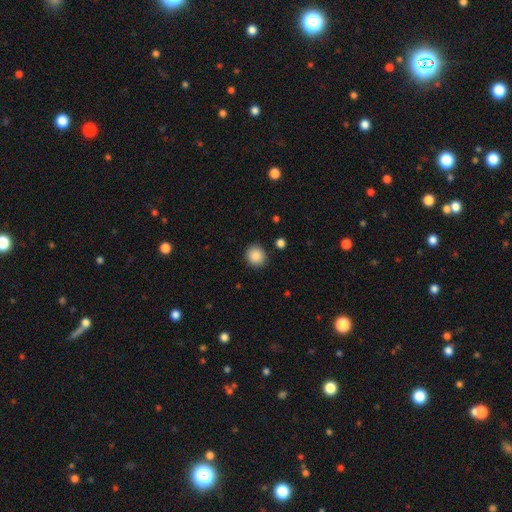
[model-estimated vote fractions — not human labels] A smooth galaxy with no disk features (88%) that is round (87%). Merging: none (89%).